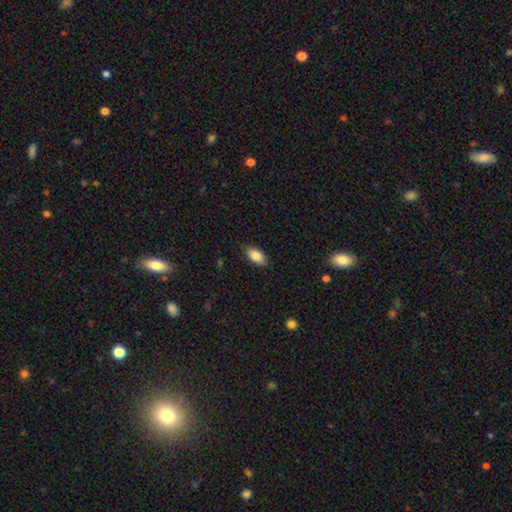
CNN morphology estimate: Overall: smooth (85%). How rounded: in between (92%). Merging: none (84%).